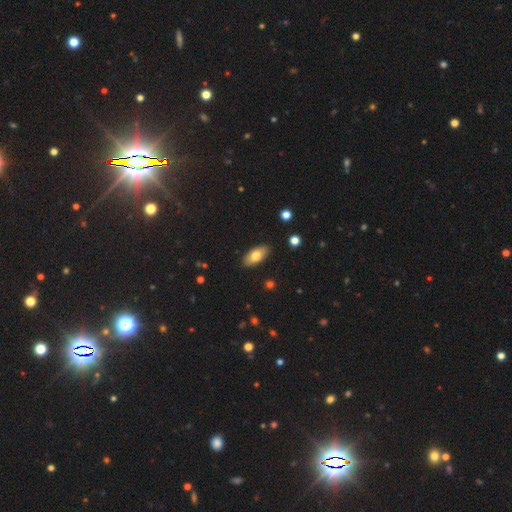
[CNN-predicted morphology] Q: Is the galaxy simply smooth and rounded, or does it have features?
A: smooth — 76%.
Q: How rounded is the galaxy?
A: in between — 88%.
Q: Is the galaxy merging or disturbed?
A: none — 87%.